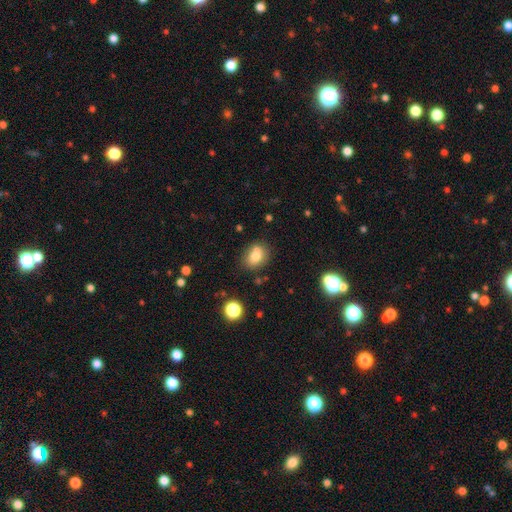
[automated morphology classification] This is likely a smooth galaxy (75%). How rounded: possibly in between (54%). Merging: likely none (63%).